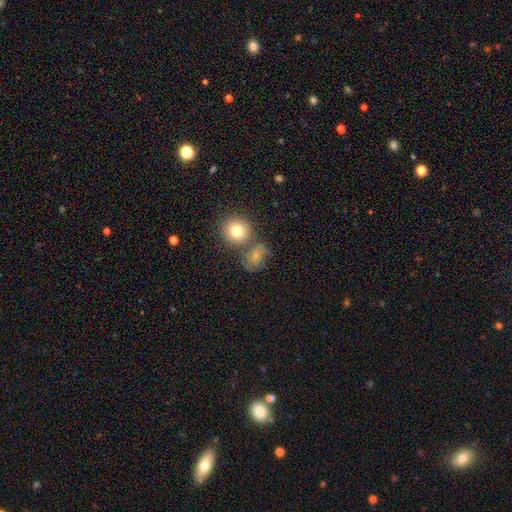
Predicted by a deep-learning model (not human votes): Morphology: type=smooth (63%); roundness=round (63%); merging=none (51%).